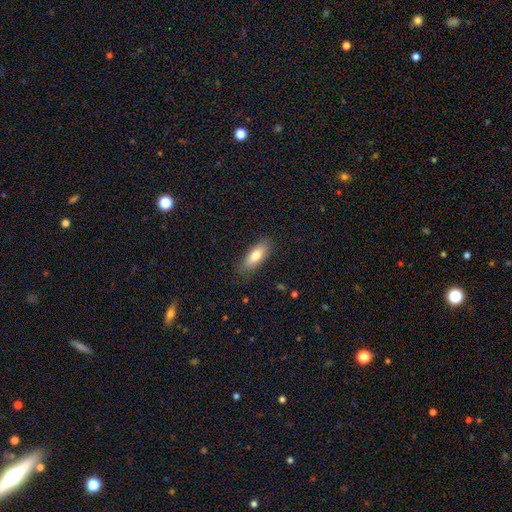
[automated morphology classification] A smooth galaxy with no disk features (78%) that is in between round and cigar-shaped (68%). Merging: none (83%).